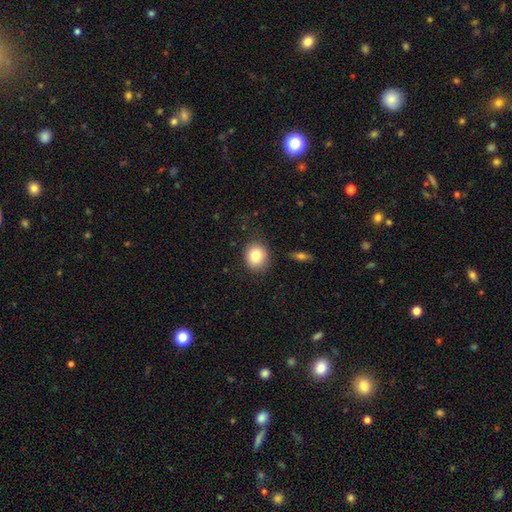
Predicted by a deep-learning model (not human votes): Overall: smooth (81%). How rounded: round (72%). Merging: none (84%).